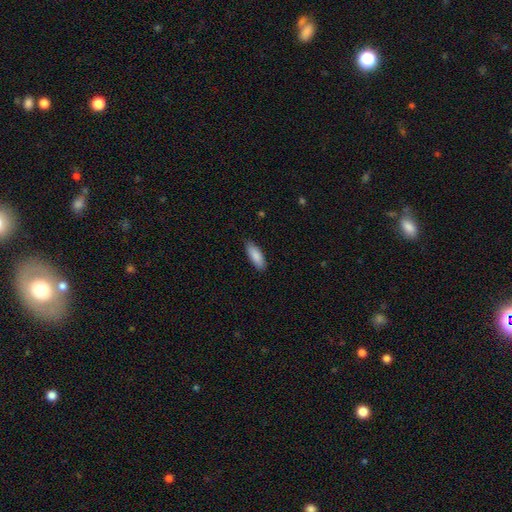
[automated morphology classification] Smooth or featured? Predicted: smooth (p=0.88). How rounded? Predicted: in between (p=0.66). Merging? Predicted: none (p=0.86).